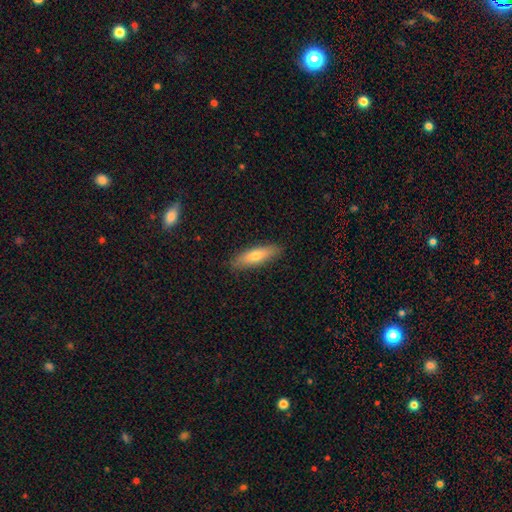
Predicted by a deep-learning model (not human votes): A smooth galaxy with no disk features (66%) that is cigar-shaped (61%). Merging: none (88%).